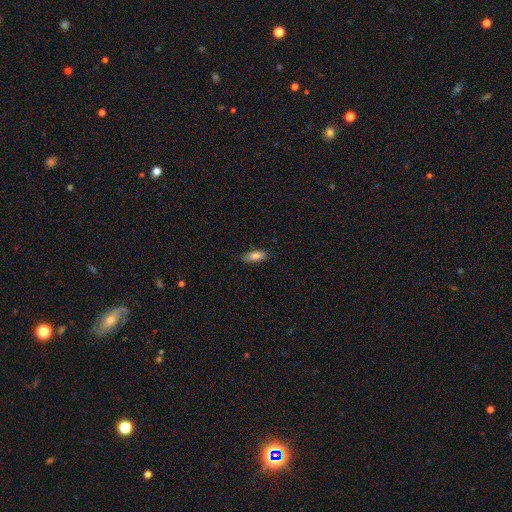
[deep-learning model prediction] This appears to be a smooth galaxy with no disk features (83%) that is in between round and cigar-shaped (76%). Merging: none (83%).